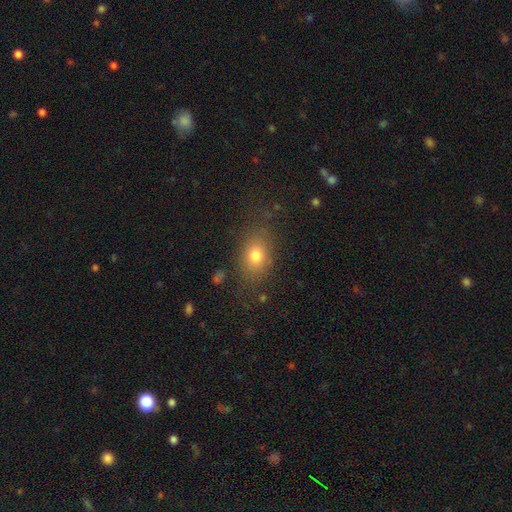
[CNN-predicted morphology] Smooth or featured? Predicted: smooth (p=0.77). How rounded? Predicted: in between (p=0.73). Merging? Predicted: none (p=0.77).